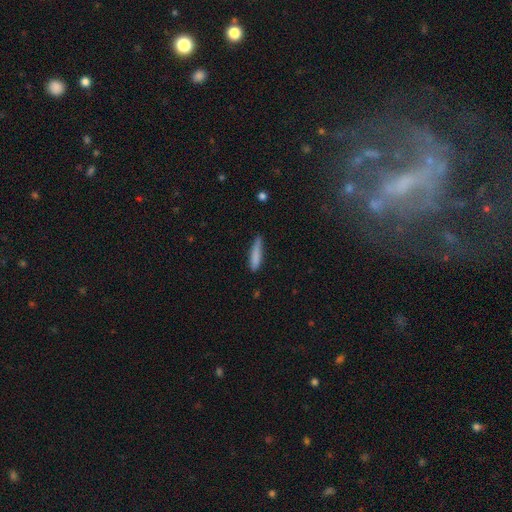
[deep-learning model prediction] Smooth or featured?
  - smooth: 83% *
  - featured or disk: 11%
  - star or artifact: 6%
How rounded?
  - cigar-shaped: 83% *
  - in between: 15%
  - round: 1%
Merging?
  - none: 66% *
  - minor disturbance: 27%
  - major disturbance: 5%
  - merger: 2%